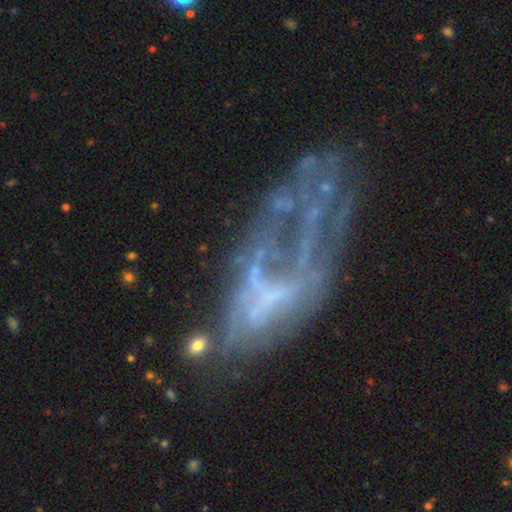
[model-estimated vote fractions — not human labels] Q: Smooth or featured?
A: featured or disk (67%); runner-up: smooth (17%)
Q: Edge-on disk?
A: no (93%); runner-up: yes (7%)
Q: Bar?
A: no (74%); runner-up: weak (17%)
Q: Spiral arms?
A: no (74%); runner-up: yes (26%)
Q: Bulge size?
A: none (71%); runner-up: small (17%)
Q: Merging?
A: major disturbance (45%); runner-up: none (26%)